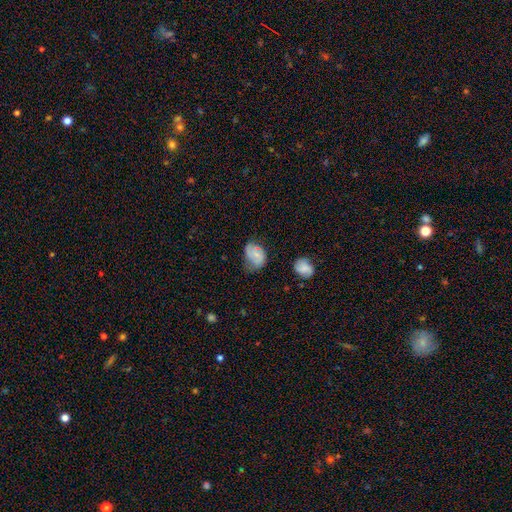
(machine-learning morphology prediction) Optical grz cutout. It shows a smooth galaxy with no disk features (55%) that is in between round and cigar-shaped (69%). Merging: none (46%).